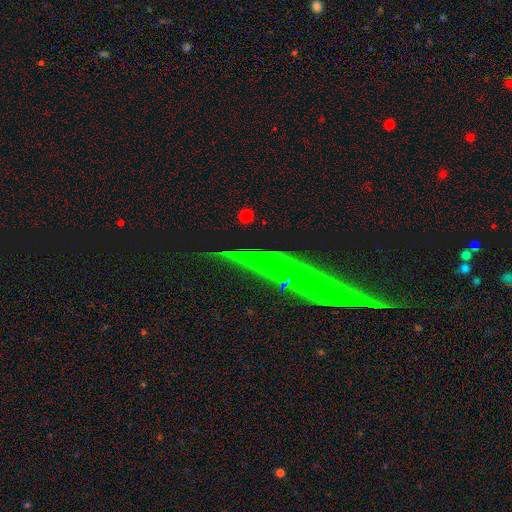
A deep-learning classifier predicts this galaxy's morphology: Overall: featured or disk (63%; smooth 24%). Edge-on disk: yes (87%). Edge-on bulge: none (92%). Merging: none (59%; minor disturbance 23%).